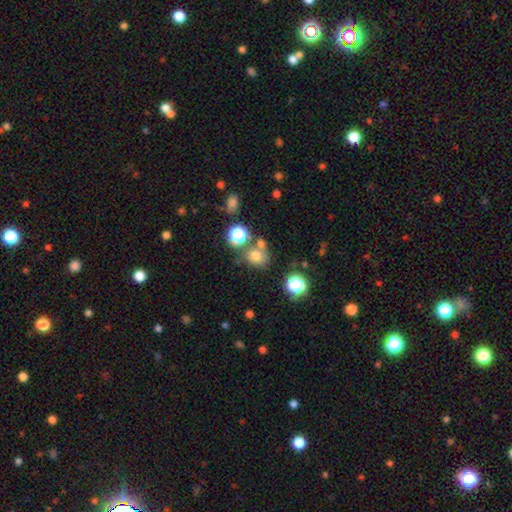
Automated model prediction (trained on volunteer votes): A smooth galaxy with no disk features (70%) that is round (75%). Merging: none (60%).